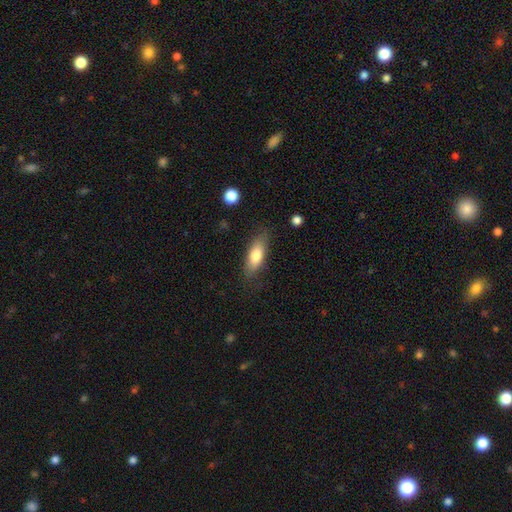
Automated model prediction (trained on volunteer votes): Q: Smooth or featured?
A: smooth (76%); runner-up: featured or disk (18%)
Q: How rounded?
A: in between (70%); runner-up: cigar-shaped (28%)
Q: Merging?
A: none (79%); runner-up: minor disturbance (16%)